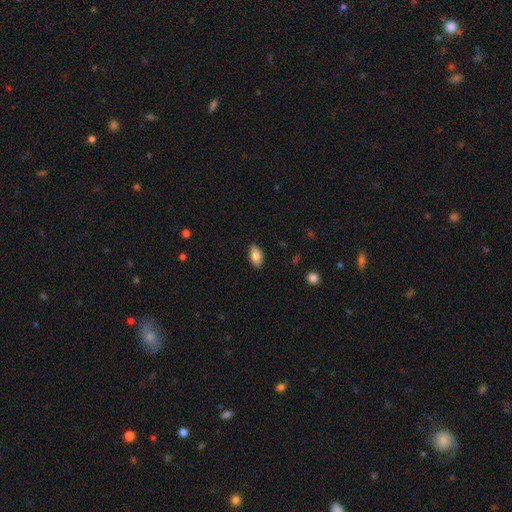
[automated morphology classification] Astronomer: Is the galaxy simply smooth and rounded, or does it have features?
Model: smooth — 82%.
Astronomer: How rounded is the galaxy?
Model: in between — 92%.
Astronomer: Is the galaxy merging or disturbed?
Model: none — 88%.